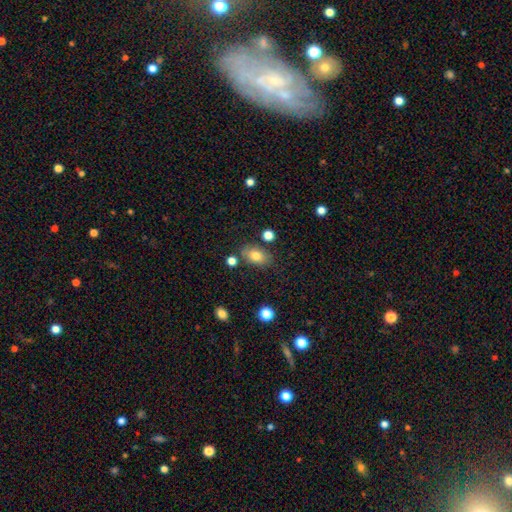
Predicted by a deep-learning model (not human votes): smooth 78%, featured or disk 12%, star or artifact 10%. Down the decision tree: how rounded — in between (83%); merging — none (78%).